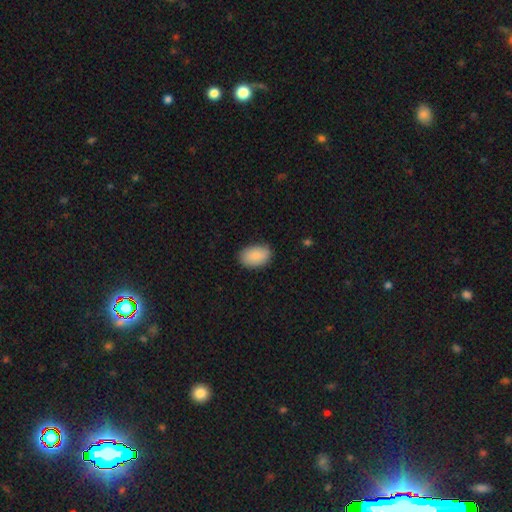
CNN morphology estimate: The model was most divided on "merging": none: 85%, minor disturbance: 12%, major disturbance: 2%, merger: 1%. More confident: how rounded — in between (91%); smooth or featured — smooth (88%).